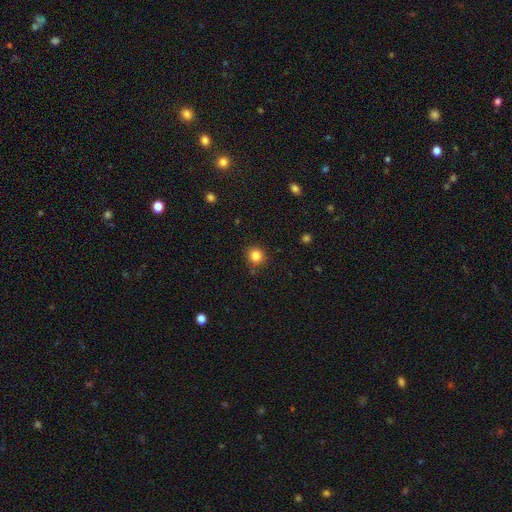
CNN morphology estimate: smooth_or_featured: smooth (p=0.83) [alt: star or artifact p=0.12]
how_rounded: round (p=0.92) [alt: in between p=0.08]
merging: none (p=0.86) [alt: minor disturbance p=0.09]